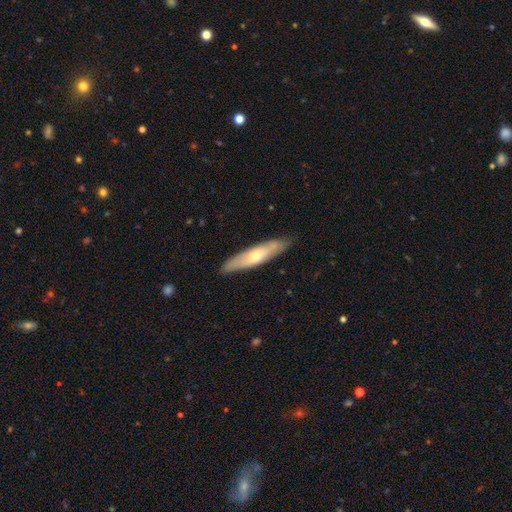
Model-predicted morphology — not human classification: Q: Smooth or featured?
A: smooth (50%); runner-up: featured or disk (45%)
Q: Merging?
A: none (85%); runner-up: minor disturbance (12%)